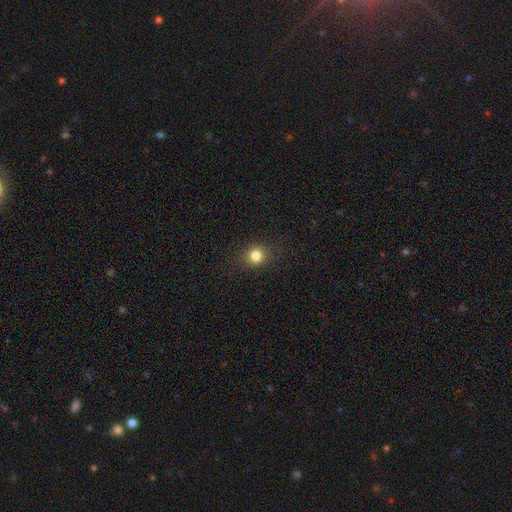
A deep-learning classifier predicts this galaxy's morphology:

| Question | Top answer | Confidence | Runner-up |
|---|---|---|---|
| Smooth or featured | smooth | 81% | star or artifact (13%) |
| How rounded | round | 78% | in between (21%) |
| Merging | none | 87% | minor disturbance (9%) |